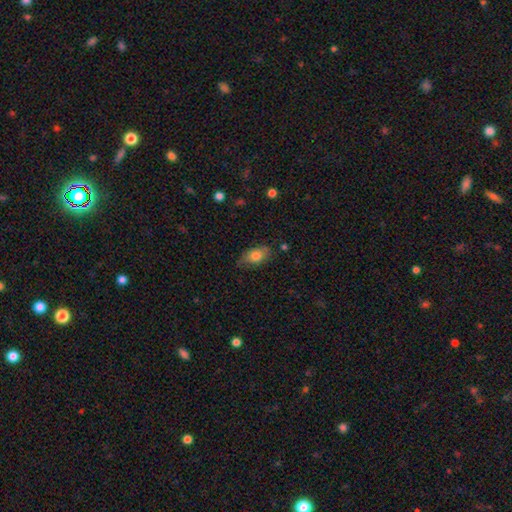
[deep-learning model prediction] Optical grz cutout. It shows a smooth galaxy with no disk features (76%) that is in between round and cigar-shaped (87%). Merging: none (72%).